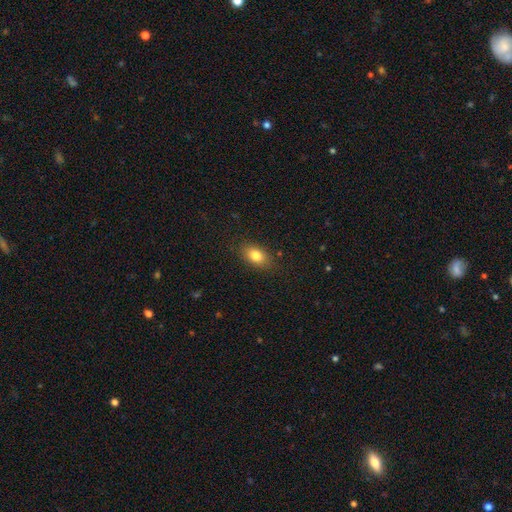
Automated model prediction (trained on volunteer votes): Overall: smooth (81%). How rounded: in between (83%). Merging: none (85%).